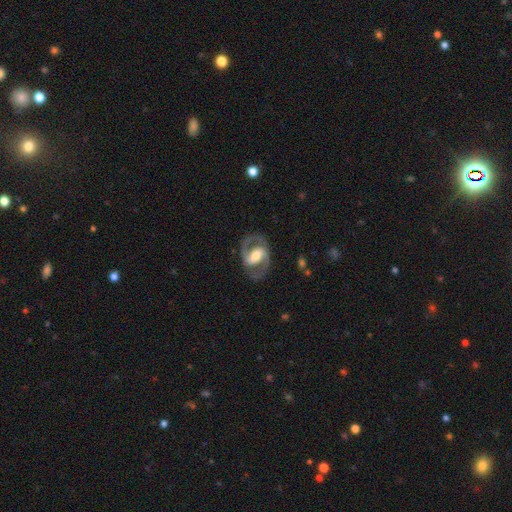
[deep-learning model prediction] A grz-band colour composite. It shows a featured or disk galaxy (86%) with a strong bar (41%), 2 (92%) medium (60%) spiral arms (92%) and a moderate central bulge (60%). Merging: none (82%).